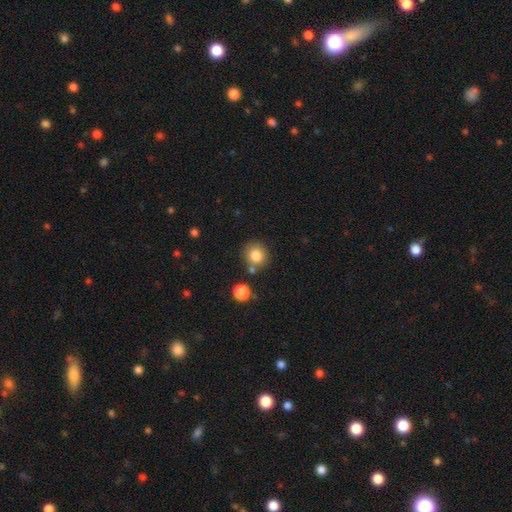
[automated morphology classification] smooth 82%, star or artifact 11%, featured or disk 7%. Down the decision tree: how rounded — round (87%); merging — none (74%).